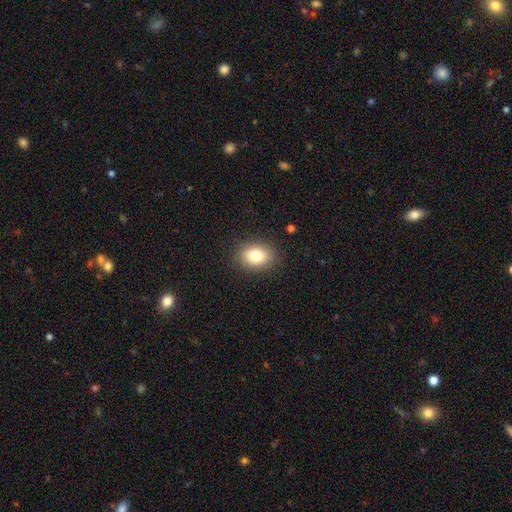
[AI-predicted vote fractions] Smooth or featured? smooth (81%)
How rounded? in between (70%)
Merging? none (88%)